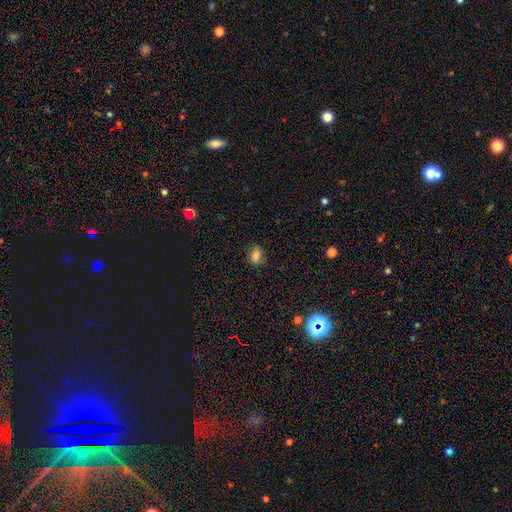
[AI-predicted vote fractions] Overall: smooth (81%). How rounded: in between (69%). Merging: none (84%).